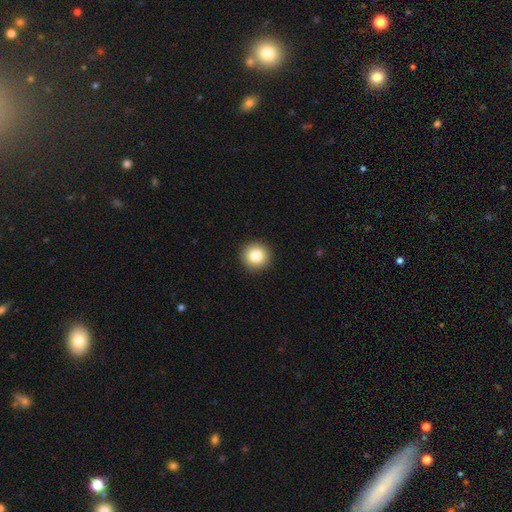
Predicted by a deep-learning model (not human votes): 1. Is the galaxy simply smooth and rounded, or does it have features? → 83% smooth, 10% star or artifact, 7% featured or disk.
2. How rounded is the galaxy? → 95% round, 4% in between, 1% cigar-shaped.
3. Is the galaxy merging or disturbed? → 93% none, 5% minor disturbance, 2% major disturbance, 1% merger.